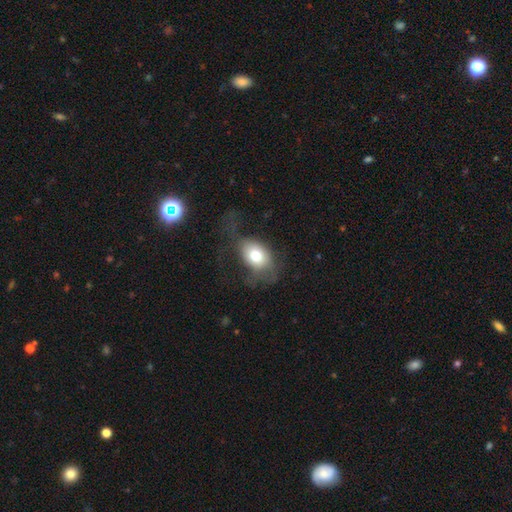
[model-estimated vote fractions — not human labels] Overall: smooth (71%). How rounded: in between (74%). Merging: none (37%; major disturbance 36%).